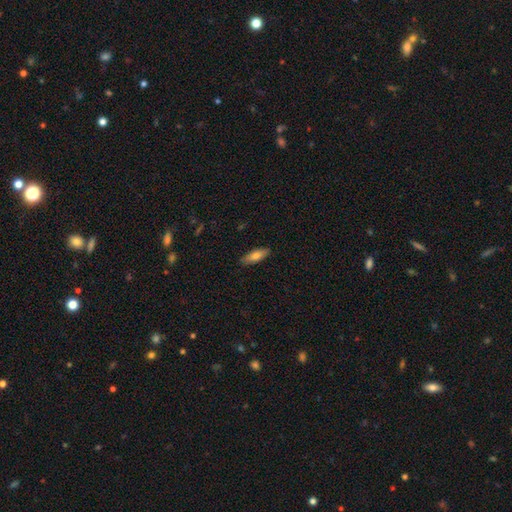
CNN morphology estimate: smooth 75%, featured or disk 19%, star or artifact 6%. Down the decision tree: how rounded — in between (58%); merging — none (87%).